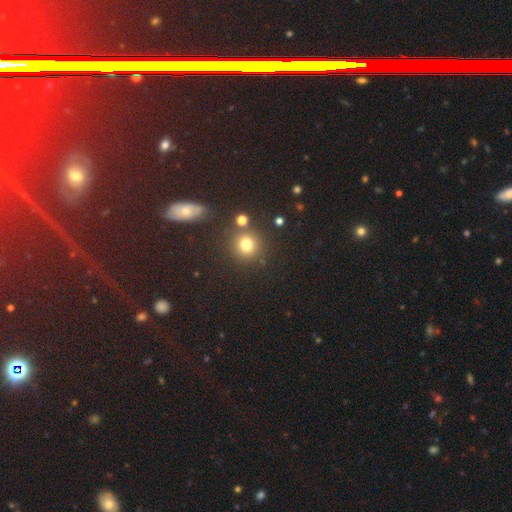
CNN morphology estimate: Smooth or featured? smooth (57%)
How rounded? round (88%)
Merging? none (84%)